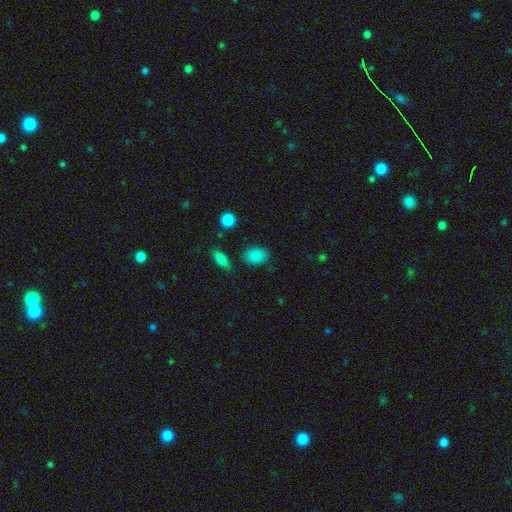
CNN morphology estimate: Smooth or featured?
  - smooth: 87% *
  - star or artifact: 9%
  - featured or disk: 5%
How rounded?
  - in between: 73% *
  - round: 26%
  - cigar-shaped: 2%
Merging?
  - none: 81% *
  - minor disturbance: 13%
  - merger: 3%
  - major disturbance: 3%